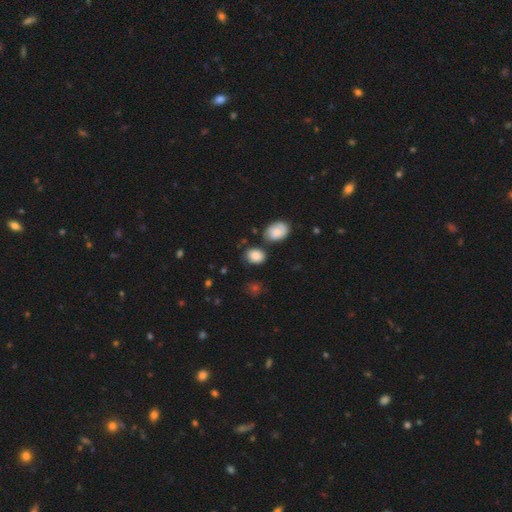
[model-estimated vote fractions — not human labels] A smooth galaxy with no disk features (82%) that is in between round and cigar-shaped (54%). Merging: none (68%).